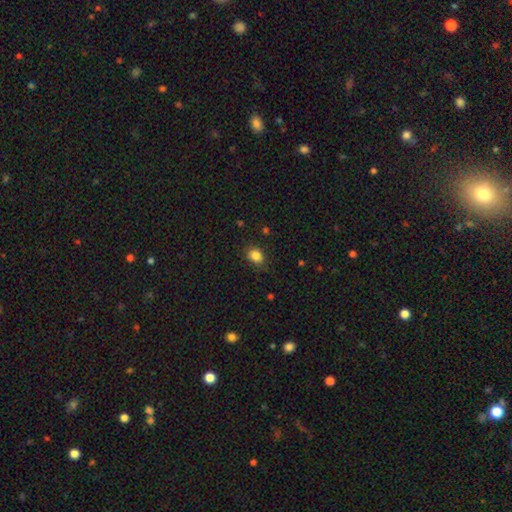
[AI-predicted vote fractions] Morphology: type=smooth (85%); roundness=in between (55%); merging=none (81%).